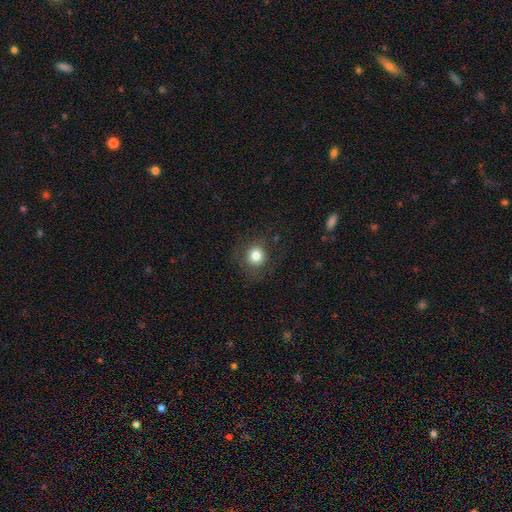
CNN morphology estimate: A smooth galaxy with no disk features (80%) that is round (89%). Merging: none (81%).